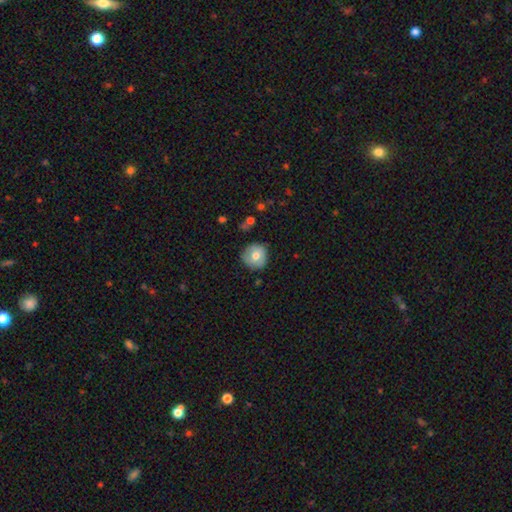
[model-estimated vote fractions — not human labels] Q: Smooth or featured?
A: smooth (71%); runner-up: featured or disk (21%)
Q: How rounded?
A: round (92%); runner-up: in between (7%)
Q: Merging?
A: none (79%); runner-up: minor disturbance (16%)